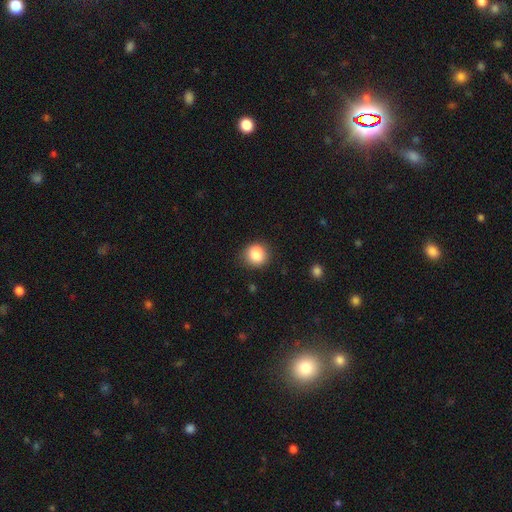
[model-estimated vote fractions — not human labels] This is clearly a smooth galaxy (85%). How rounded: likely round (80%). Merging: likely none (78%).